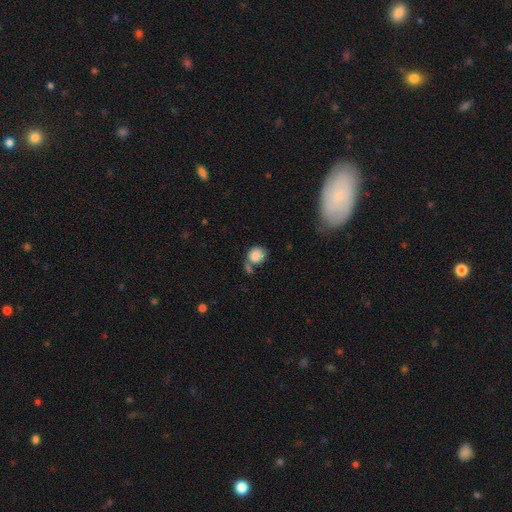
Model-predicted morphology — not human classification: Smooth or featured? Predicted: smooth (p=0.84). How rounded? Predicted: round (p=0.82). Merging? Predicted: none (p=0.52).